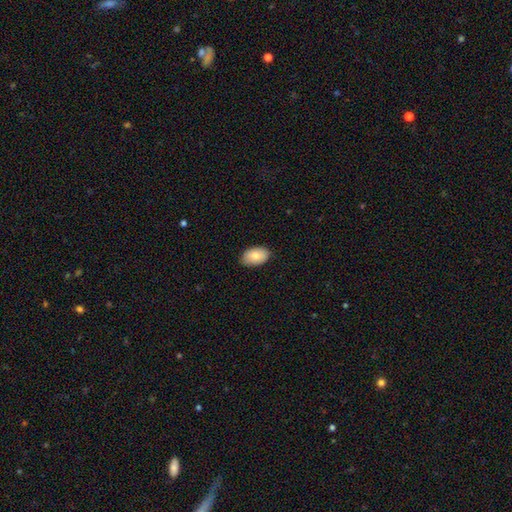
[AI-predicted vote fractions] A smooth galaxy with no disk features (82%) that is in between round and cigar-shaped (92%). Merging: none (86%).